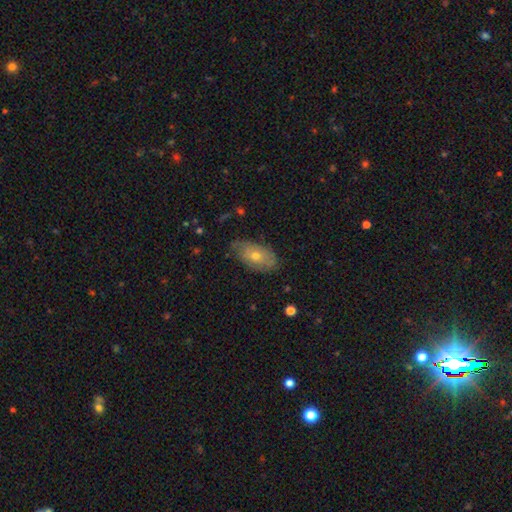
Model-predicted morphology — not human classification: The model was most divided on "smooth or featured": smooth: 49%, featured or disk: 43%, star or artifact: 8%. More confident: merging — none (74%).